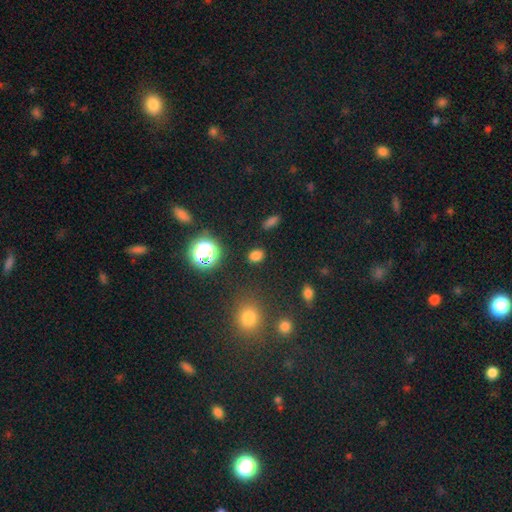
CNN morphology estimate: smooth_or_featured: smooth (p=0.74) [alt: star or artifact p=0.21]
how_rounded: in between (p=0.58) [alt: round p=0.40]
merging: none (p=0.84) [alt: minor disturbance p=0.09]